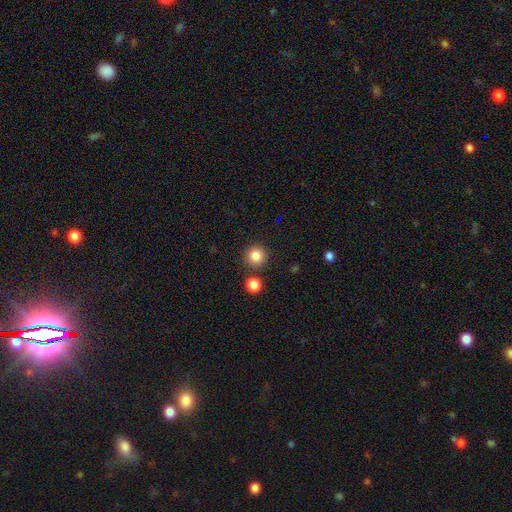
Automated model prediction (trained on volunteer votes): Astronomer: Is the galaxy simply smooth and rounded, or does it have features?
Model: smooth — 84%.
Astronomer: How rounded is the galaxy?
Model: round — 94%.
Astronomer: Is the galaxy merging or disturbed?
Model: none — 85%.